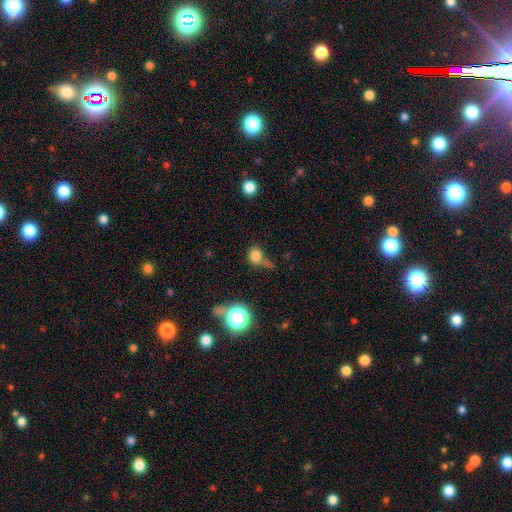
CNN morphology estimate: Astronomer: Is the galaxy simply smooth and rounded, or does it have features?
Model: smooth — 78%.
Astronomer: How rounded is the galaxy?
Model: round — 69%.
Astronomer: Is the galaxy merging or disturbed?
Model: none — 48%.